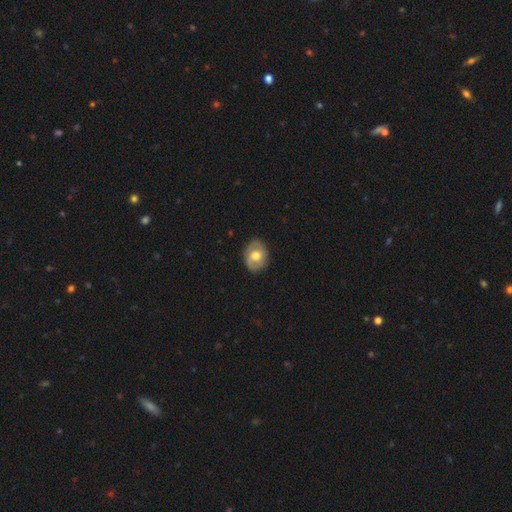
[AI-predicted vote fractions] Smooth or featured? Predicted: smooth (p=0.52). How rounded? Predicted: in between (p=0.63). Merging? Predicted: none (p=0.83).